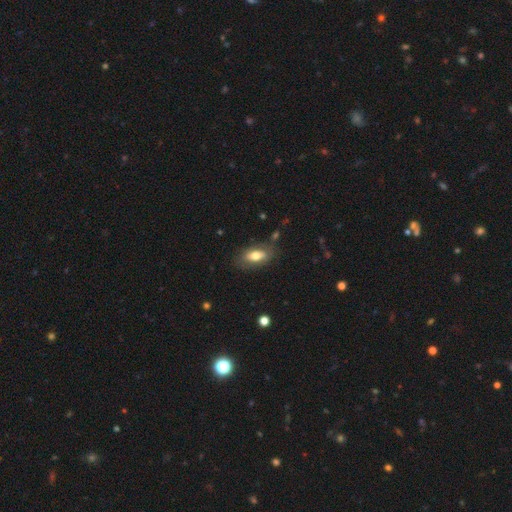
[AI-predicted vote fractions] Smooth or featured: smooth — 70% (featured or disk — 23%)
How rounded: in between — 87% (cigar-shaped — 9%)
Merging: none — 78% (minor disturbance — 15%)